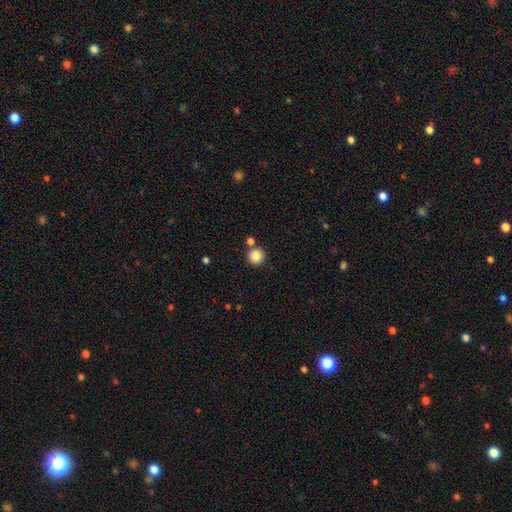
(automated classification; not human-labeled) smooth-or-featured: smooth: 86% | star or artifact: 10% | featured or disk: 4%
  how-rounded: round: 95% | in between: 4% | cigar-shaped: 1%
  merging: none: 81% | merger: 10% | minor disturbance: 7% | major disturbance: 2%